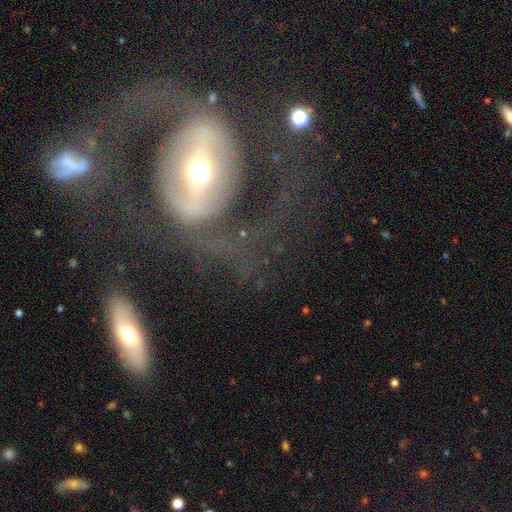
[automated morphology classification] Overall: featured or disk (81%). Edge-on disk: no (92%). Bar: strong (58%; weak 26%). Spiral arms: yes (73%). Spiral arm count: 2 (88%). Spiral winding: medium (43%; loose 40%). Bulge size: moderate (67%). Merging: none (54%; major disturbance 26%).